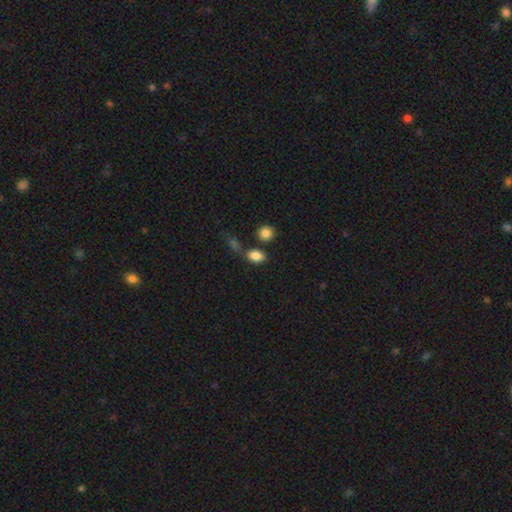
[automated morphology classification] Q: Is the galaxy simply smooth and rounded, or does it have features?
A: smooth — 86%.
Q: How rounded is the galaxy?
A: in between — 82%.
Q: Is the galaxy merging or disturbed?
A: none — 64%.